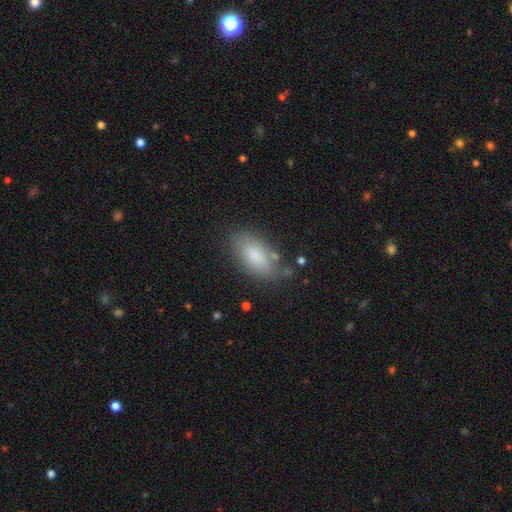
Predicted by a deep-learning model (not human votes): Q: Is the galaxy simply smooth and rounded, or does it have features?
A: smooth — 81%.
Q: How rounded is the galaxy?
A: in between — 92%.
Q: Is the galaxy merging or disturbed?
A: none — 72%.